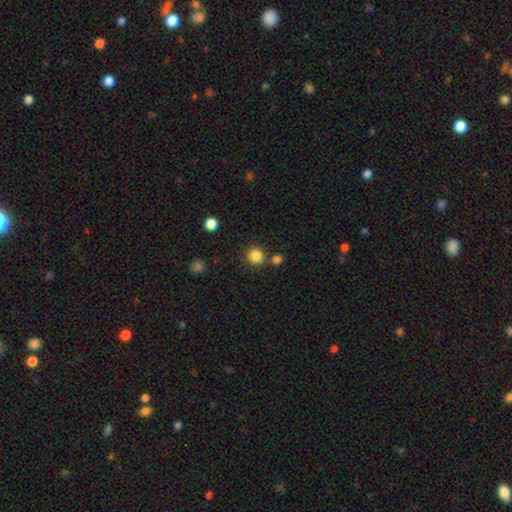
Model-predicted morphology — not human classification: This appears to be a smooth galaxy with no disk features (84%) that is round (92%). Merging: none (79%).